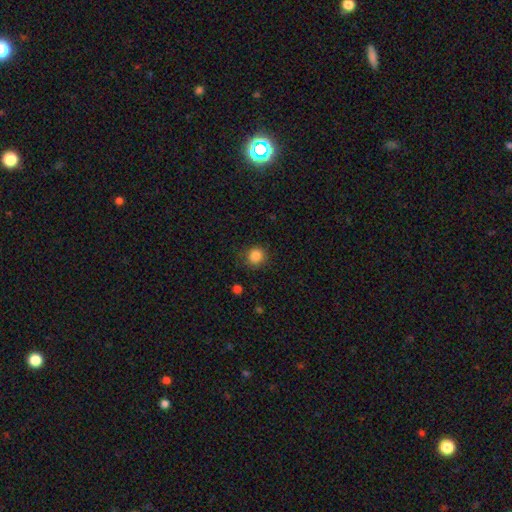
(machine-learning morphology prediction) A smooth galaxy with no disk features (86%) that is round (89%).

Vote fractions:
- Smooth or featured? smooth: 86% / star or artifact: 10% / featured or disk: 4%
- How rounded? round: 89% / in between: 10% / cigar-shaped: 1%
- Merging? none: 85% / minor disturbance: 11% / major disturbance: 3% / merger: 1%